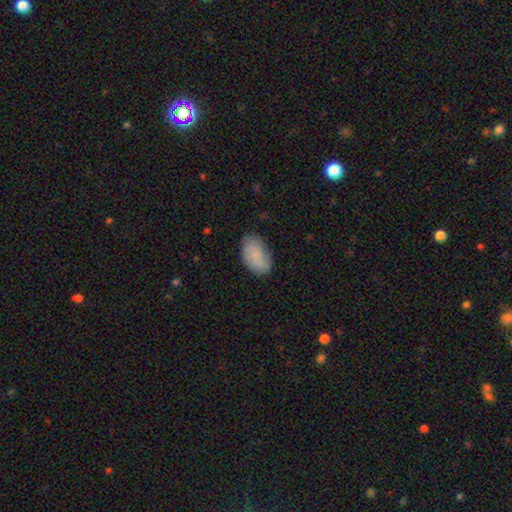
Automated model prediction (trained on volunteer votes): smooth 80%, featured or disk 14%, star or artifact 7%. Down the decision tree: how rounded — in between (93%); merging — none (77%).